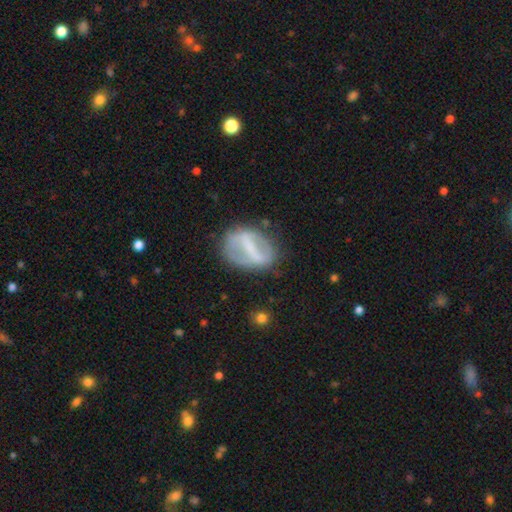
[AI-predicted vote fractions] Smooth or featured? Predicted: featured or disk (p=0.63). Edge-on disk? Predicted: no (p=0.91). Bar? Predicted: strong (p=0.70). Spiral arms? Predicted: no (p=0.69). Bulge size? Predicted: none (p=0.36, tied with small). Merging? Predicted: none (p=0.67).